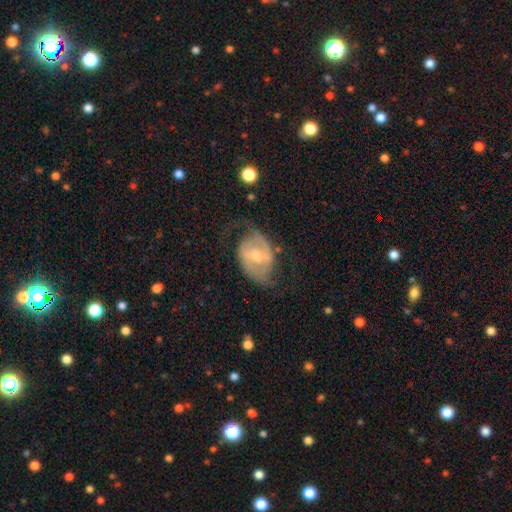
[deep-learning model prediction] Smooth or featured? Predicted: featured or disk (p=0.75). Edge-on disk? Predicted: no (p=0.96). Bar? Predicted: weak (p=0.49). Spiral arms? Predicted: yes (p=0.82). Spiral winding? Predicted: medium (p=0.44). Spiral arm count? Predicted: 2 (p=0.79). Bulge size? Predicted: moderate (p=0.58). Merging? Predicted: none (p=0.57).